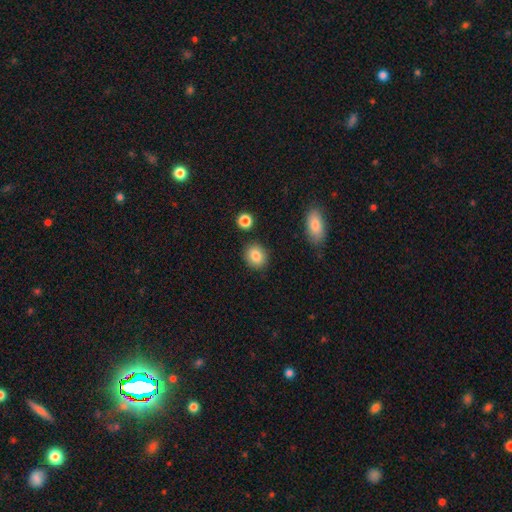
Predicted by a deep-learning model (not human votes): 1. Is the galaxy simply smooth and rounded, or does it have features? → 85% smooth, 9% star or artifact, 6% featured or disk.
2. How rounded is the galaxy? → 67% round, 32% in between, 1% cigar-shaped.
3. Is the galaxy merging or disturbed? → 85% none, 9% minor disturbance, 4% merger, 2% major disturbance.